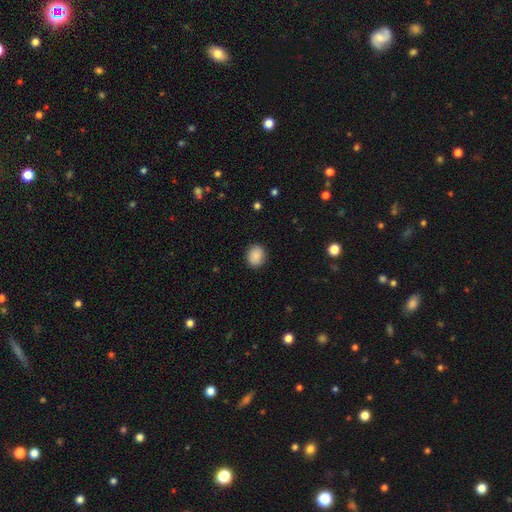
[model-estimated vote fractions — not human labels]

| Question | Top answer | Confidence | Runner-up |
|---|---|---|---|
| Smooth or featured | smooth | 88% | star or artifact (8%) |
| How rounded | round | 61% | in between (38%) |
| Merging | none | 88% | minor disturbance (8%) |